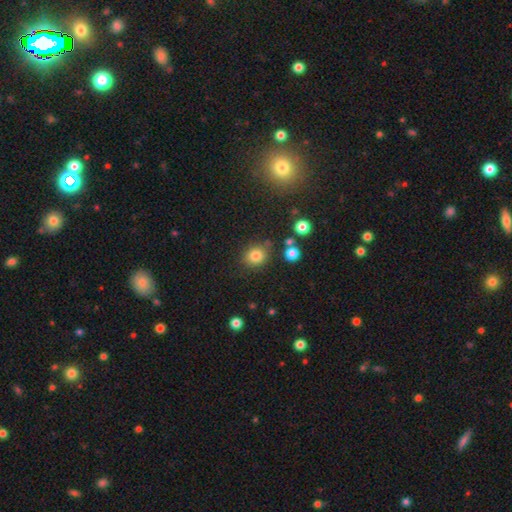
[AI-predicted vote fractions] Morphology: type=smooth (81%); roundness=round (76%); merging=none (80%).